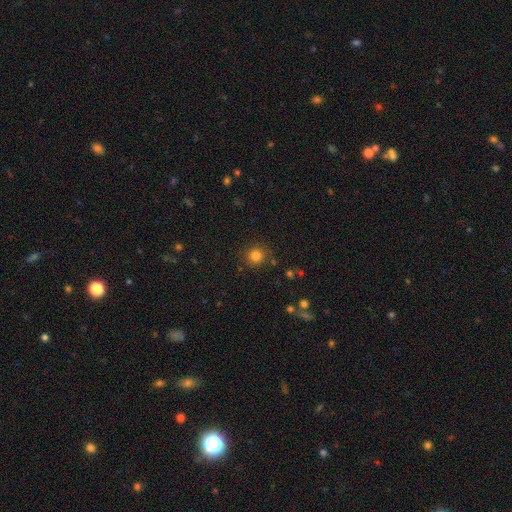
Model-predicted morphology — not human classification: smooth-or-featured: smooth: 82% | star or artifact: 13% | featured or disk: 5%
  how-rounded: round: 92% | in between: 7% | cigar-shaped: 1%
  merging: none: 86% | minor disturbance: 8% | major disturbance: 3% | merger: 3%